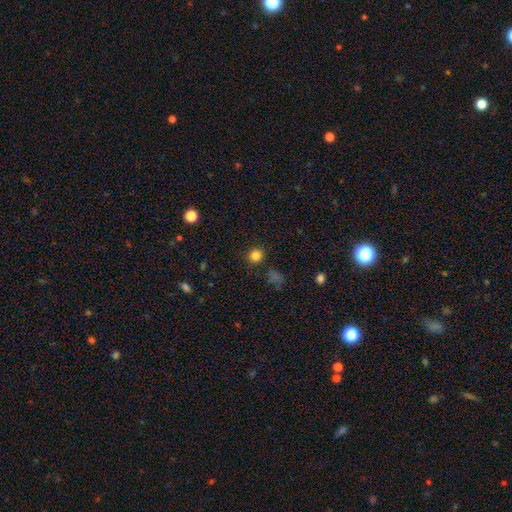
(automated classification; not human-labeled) Smooth or featured? Predicted: smooth (p=0.81). How rounded? Predicted: round (p=0.91). Merging? Predicted: none (p=0.89).